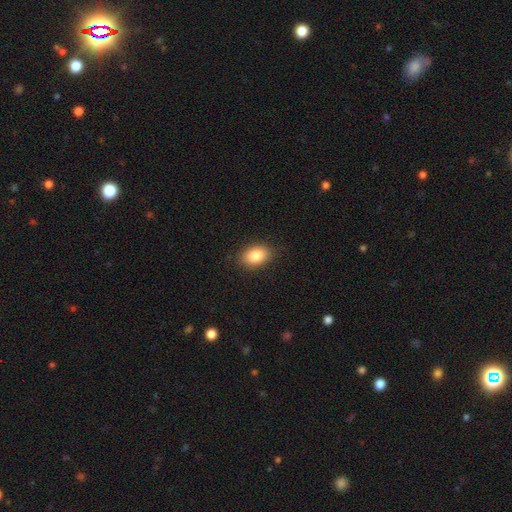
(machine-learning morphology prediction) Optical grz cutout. It shows a smooth galaxy with no disk features (85%) that is in between round and cigar-shaped (82%). Merging: none (87%).